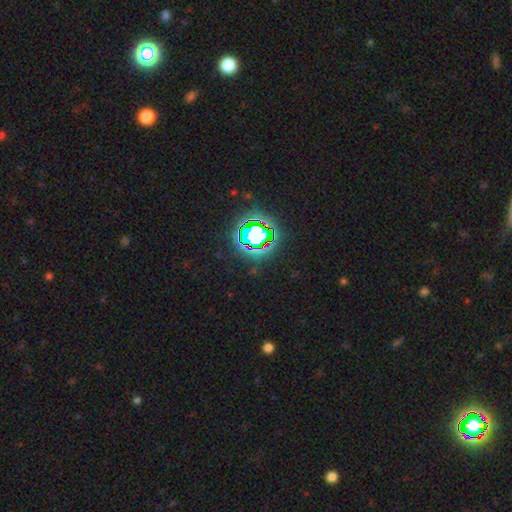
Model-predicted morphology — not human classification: star or artifact 78%, smooth 13%, featured or disk 9%.